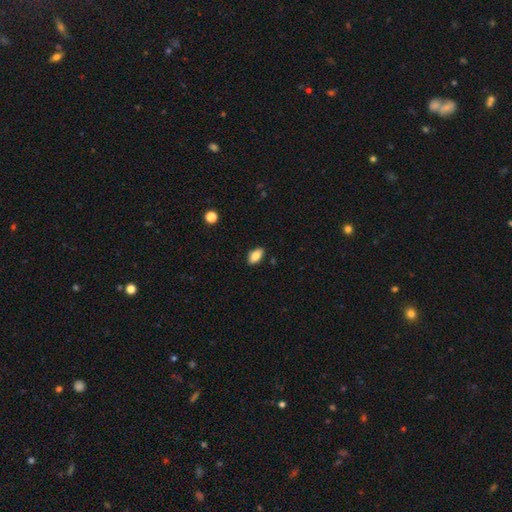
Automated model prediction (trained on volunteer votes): smooth-or-featured: smooth: 79% | featured or disk: 14% | star or artifact: 8%
  how-rounded: in between: 90% | round: 5% | cigar-shaped: 5%
  merging: none: 87% | minor disturbance: 10% | major disturbance: 2% | merger: 1%